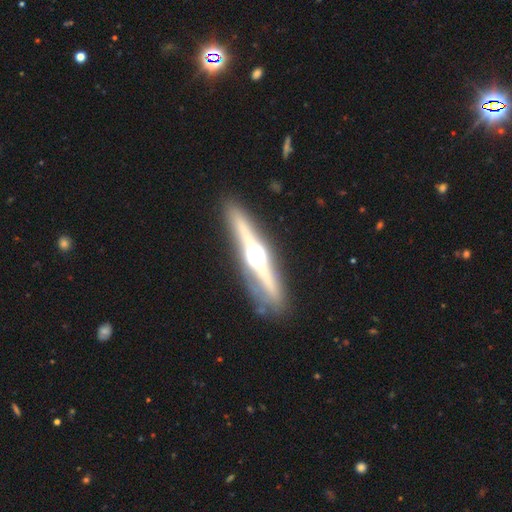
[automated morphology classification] This appears to be a featured or disk galaxy (76%) viewed edge-on (95%) with a rounded central bulge (94%). Merging: none (88%).